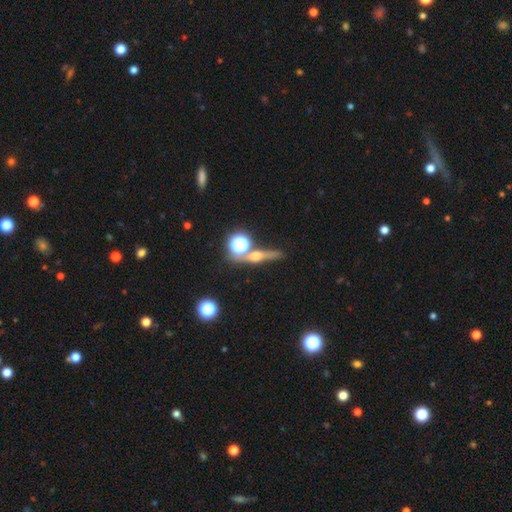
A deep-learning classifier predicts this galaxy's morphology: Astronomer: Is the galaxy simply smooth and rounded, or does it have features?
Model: featured or disk — 44% (runner-up: smooth, 33%).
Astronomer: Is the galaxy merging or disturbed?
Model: none — 70%.